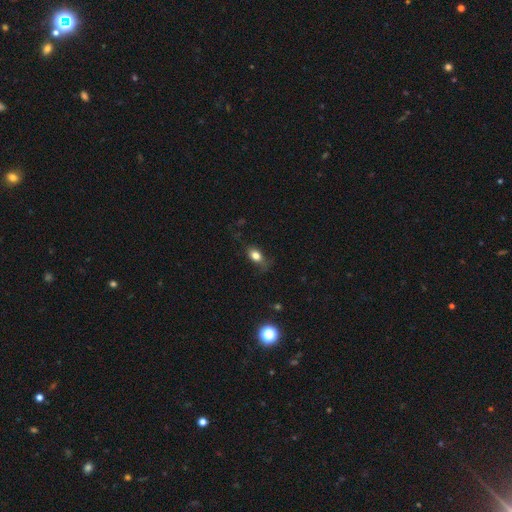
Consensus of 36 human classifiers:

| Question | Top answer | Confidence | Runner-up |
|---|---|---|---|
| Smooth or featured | smooth | 86% | featured or disk (8%) |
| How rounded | in between | 65% | cigar-shaped (19%) |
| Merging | none | 50% | minor disturbance (26%) |